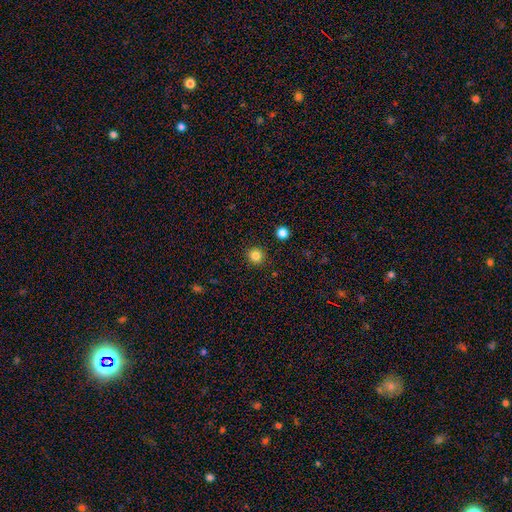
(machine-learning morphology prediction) Overall: smooth (83%). How rounded: round (93%). Merging: none (92%).